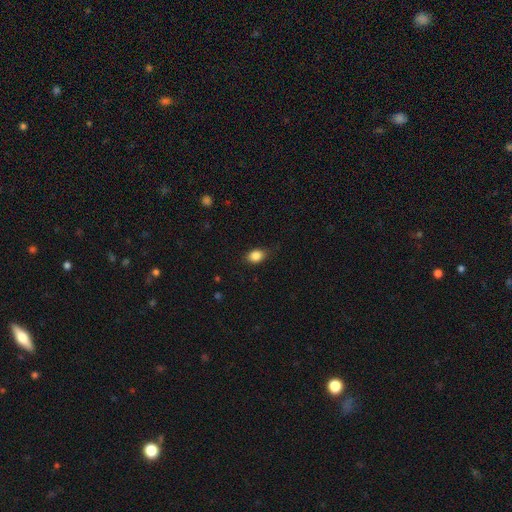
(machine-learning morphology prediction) This appears to be a smooth galaxy with no disk features (86%) that is in between round and cigar-shaped (69%). Merging: none (78%).